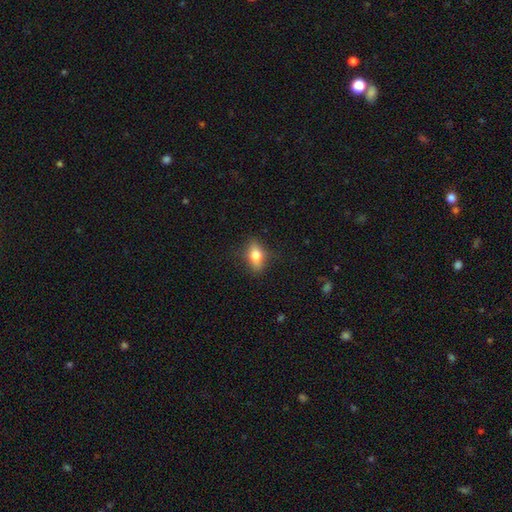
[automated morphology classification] Smooth or featured: smooth — 71% (featured or disk — 21%)
How rounded: in between — 77% (round — 13%)
Merging: none — 80% (minor disturbance — 15%)